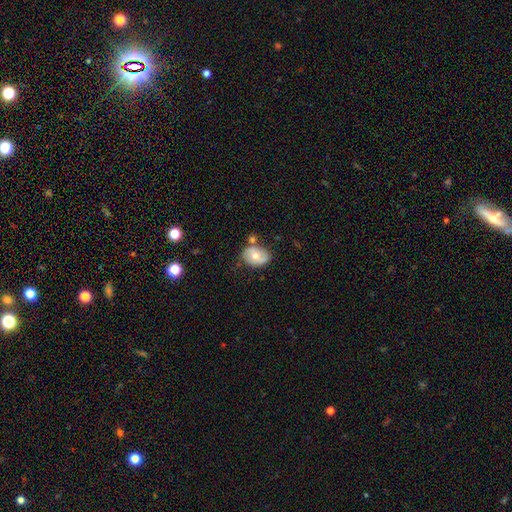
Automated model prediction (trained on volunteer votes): smooth_or_featured: smooth (p=0.55) [alt: featured or disk p=0.37]
how_rounded: in between (p=0.71) [alt: round p=0.28]
merging: none (p=0.61) [alt: minor disturbance p=0.21]